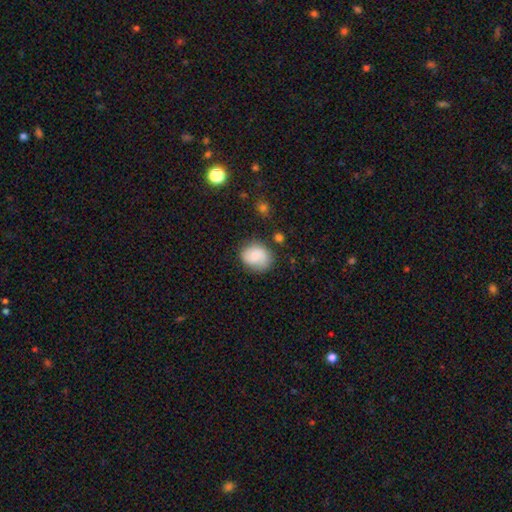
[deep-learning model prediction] This is likely a smooth galaxy (64%). How rounded: possibly round (56%). Merging: likely none (67%).